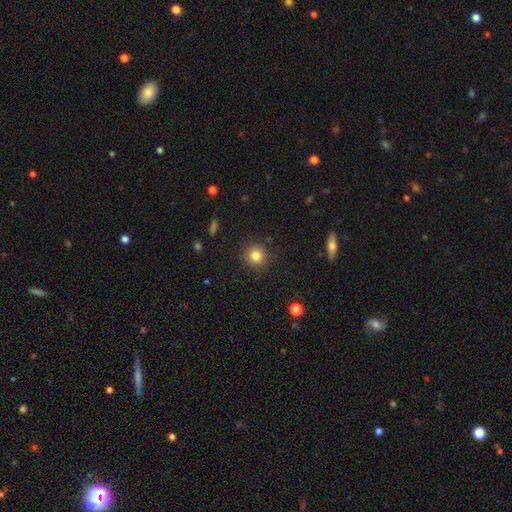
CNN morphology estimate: Smooth or featured?
  - smooth: 83% *
  - star or artifact: 11%
  - featured or disk: 6%
How rounded?
  - round: 94% *
  - in between: 5%
  - cigar-shaped: 1%
Merging?
  - none: 90% *
  - minor disturbance: 6%
  - major disturbance: 2%
  - merger: 1%